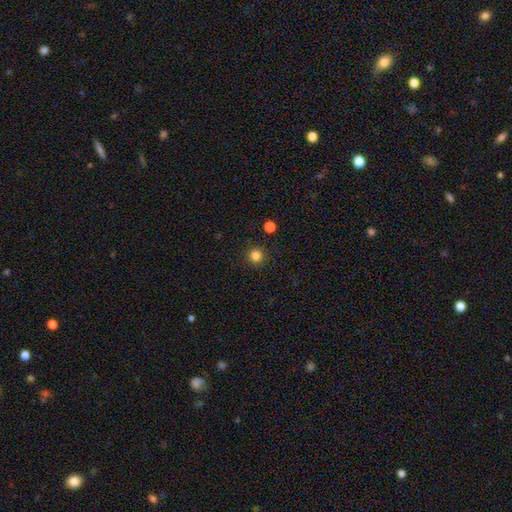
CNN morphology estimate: smooth_or_featured: smooth (p=0.83) [alt: star or artifact p=0.13]
how_rounded: round (p=0.94) [alt: in between p=0.05]
merging: none (p=0.90) [alt: minor disturbance p=0.06]